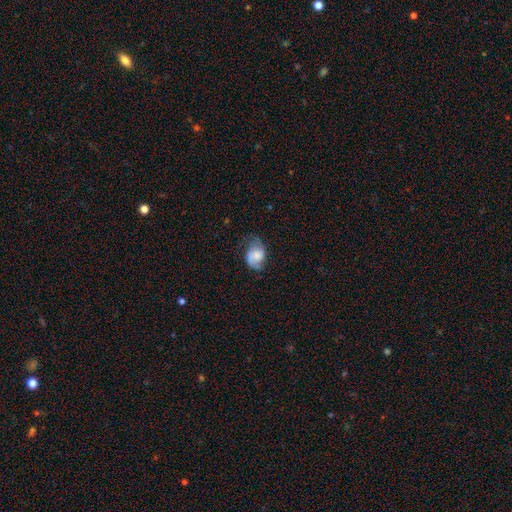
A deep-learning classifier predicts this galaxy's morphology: smooth-or-featured: featured or disk: 49% | smooth: 43% | star or artifact: 8%
  merging: none: 51% | minor disturbance: 30% | major disturbance: 16% | merger: 2%